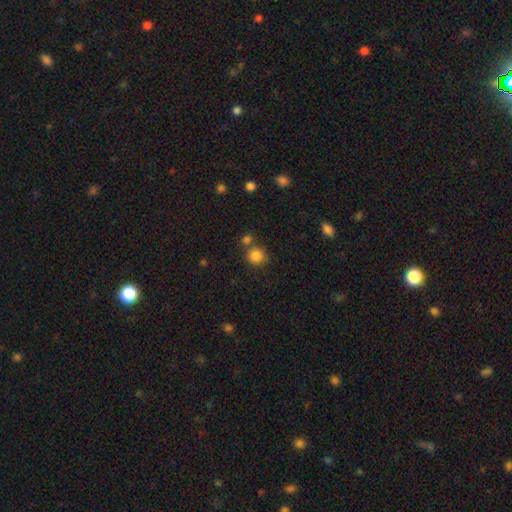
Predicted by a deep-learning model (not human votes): smooth_or_featured: smooth (p=0.85) [alt: star or artifact p=0.11]
how_rounded: round (p=0.90) [alt: in between p=0.09]
merging: none (p=0.68) [alt: merger p=0.18]